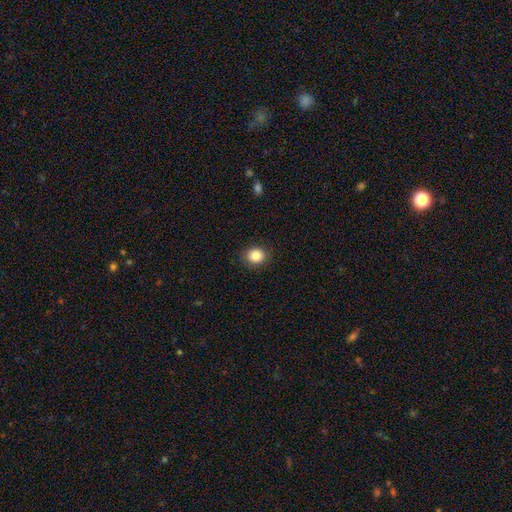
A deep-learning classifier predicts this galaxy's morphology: Smooth or featured? smooth (84%)
How rounded? round (77%)
Merging? none (88%)